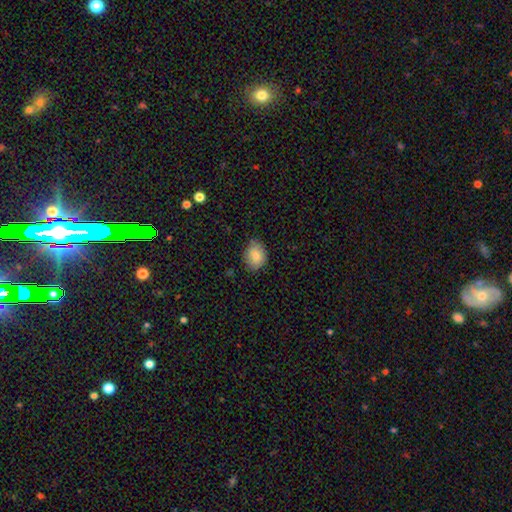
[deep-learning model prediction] A smooth galaxy with no disk features (80%) that is in between round and cigar-shaped (60%).

Vote fractions:
- Smooth or featured? smooth: 80% / featured or disk: 12% / star or artifact: 8%
- How rounded? in between: 60% / round: 39% / cigar-shaped: 1%
- Merging? none: 78% / minor disturbance: 18% / major disturbance: 3% / merger: 1%